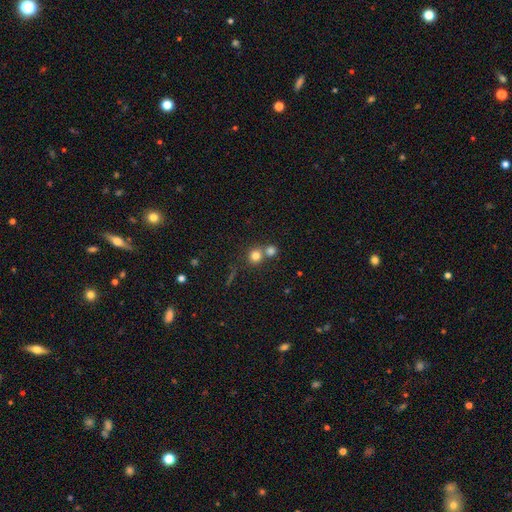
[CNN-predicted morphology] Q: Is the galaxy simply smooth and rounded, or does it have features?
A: smooth — 78%.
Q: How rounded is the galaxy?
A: round — 90%.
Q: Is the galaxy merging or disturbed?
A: none — 55%.